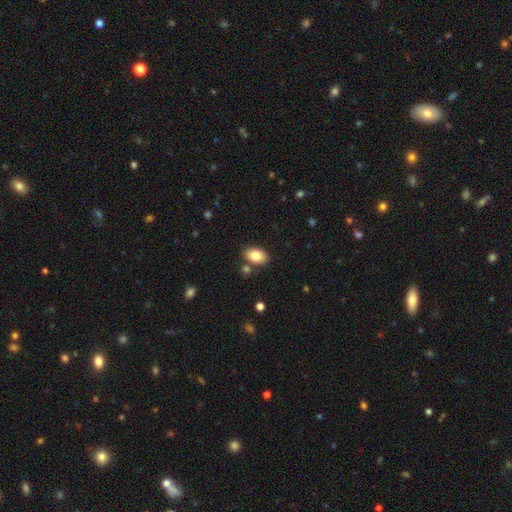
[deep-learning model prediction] smooth 83%, featured or disk 10%, star or artifact 7%. Down the decision tree: how rounded — in between (90%); merging — none (80%).